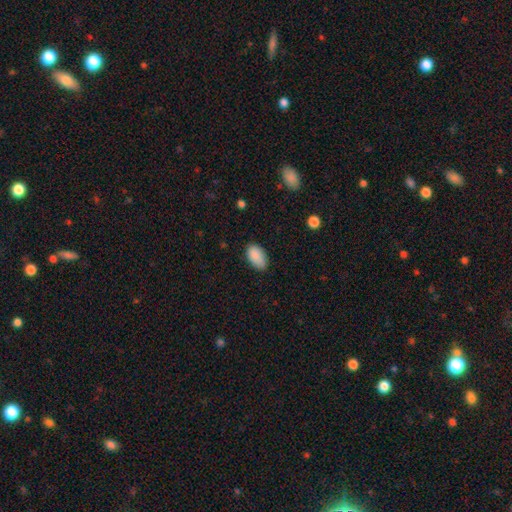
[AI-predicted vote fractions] Q: Smooth or featured?
A: smooth (89%); runner-up: star or artifact (7%)
Q: How rounded?
A: in between (94%); runner-up: round (4%)
Q: Merging?
A: none (80%); runner-up: minor disturbance (16%)